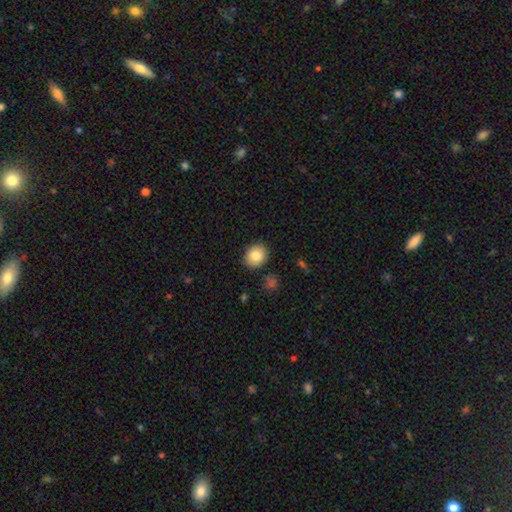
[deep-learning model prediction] This is clearly a smooth galaxy (84%). How rounded: likely round (61%). Merging: clearly none (88%).